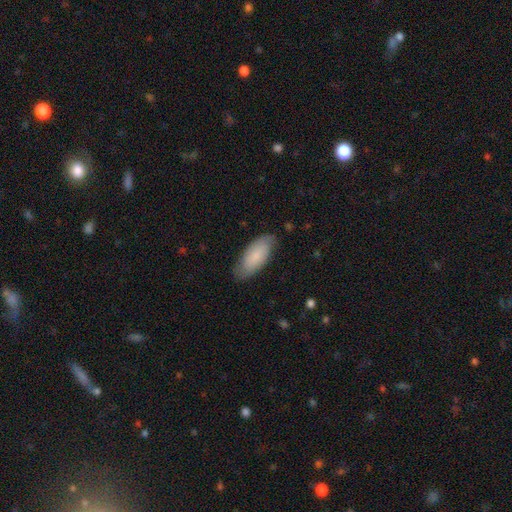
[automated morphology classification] smooth 77%, featured or disk 17%, star or artifact 6%. Down the decision tree: how rounded — in between (85%); merging — none (78%).